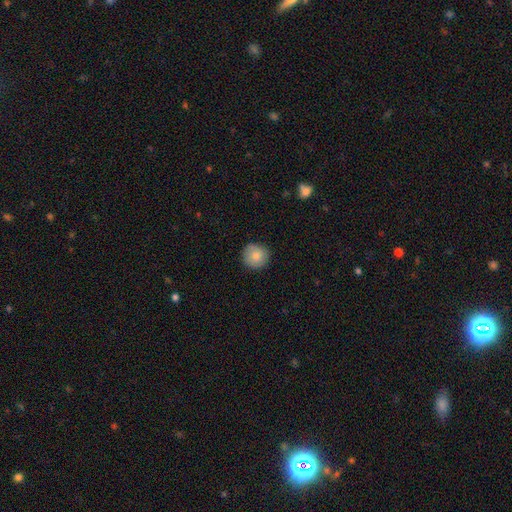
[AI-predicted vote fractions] This appears to be a smooth galaxy with no disk features (82%) that is round (94%). Merging: none (88%).